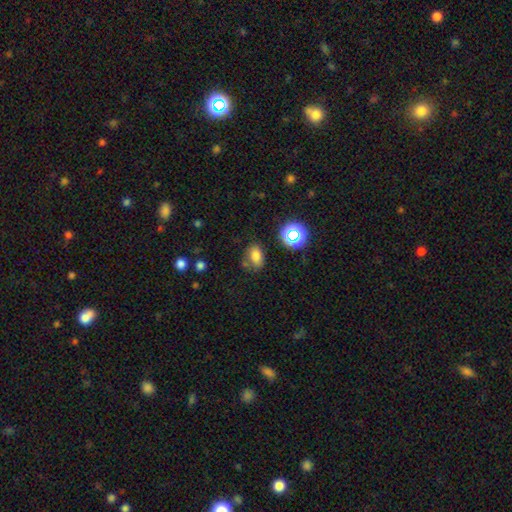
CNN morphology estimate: A smooth galaxy with no disk features (75%) that is in between round and cigar-shaped (78%).

Vote fractions:
- Smooth or featured? smooth: 75% / star or artifact: 17% / featured or disk: 8%
- How rounded? in between: 78% / round: 20% / cigar-shaped: 2%
- Merging? none: 65% / minor disturbance: 20% / merger: 8% / major disturbance: 6%